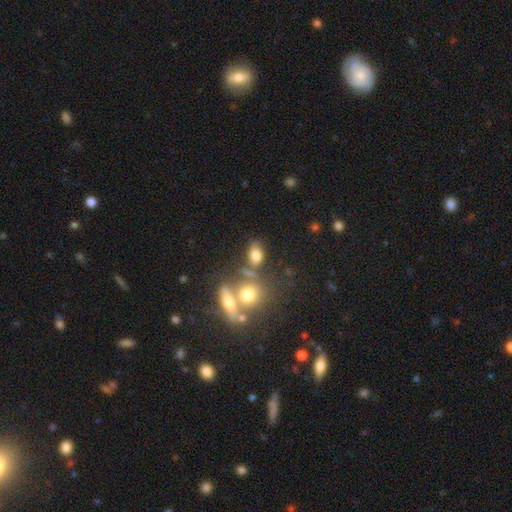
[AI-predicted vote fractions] smooth-or-featured: smooth: 73% | featured or disk: 15% | star or artifact: 13%
  how-rounded: in between: 78% | round: 18% | cigar-shaped: 4%
  merging: none: 53% | merger: 24% | minor disturbance: 15% | major disturbance: 8%